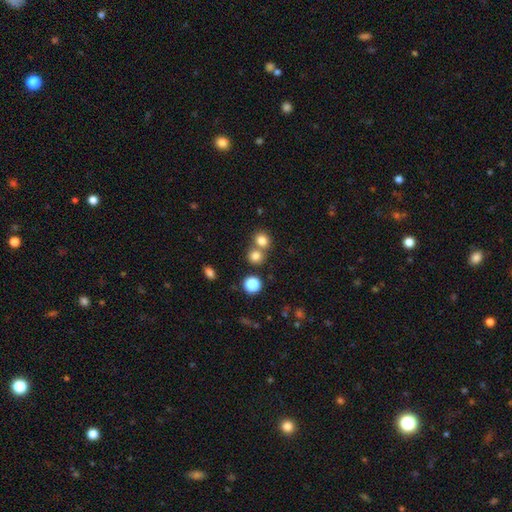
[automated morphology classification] Overall: smooth (79%). How rounded: round (83%). Merging: none (53%; merger 37%).